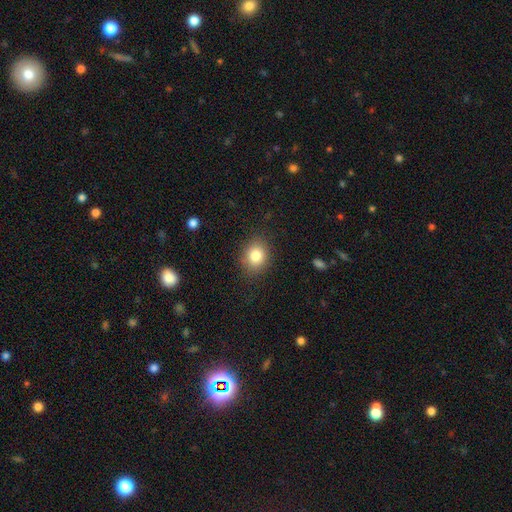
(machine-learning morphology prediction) smooth 83%, star or artifact 10%, featured or disk 7%. Down the decision tree: how rounded — round (63%); merging — none (85%).